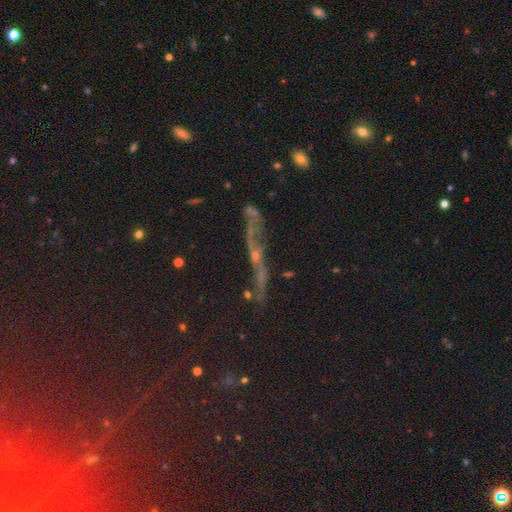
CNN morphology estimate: A featured or disk galaxy (52%).

Vote fractions:
- Smooth or featured? featured or disk: 52% / star or artifact: 29% / smooth: 19%
- Edge-on disk? no: 56% / yes: 44%
- Merging? none: 48% / major disturbance: 20% / minor disturbance: 17% / merger: 14%